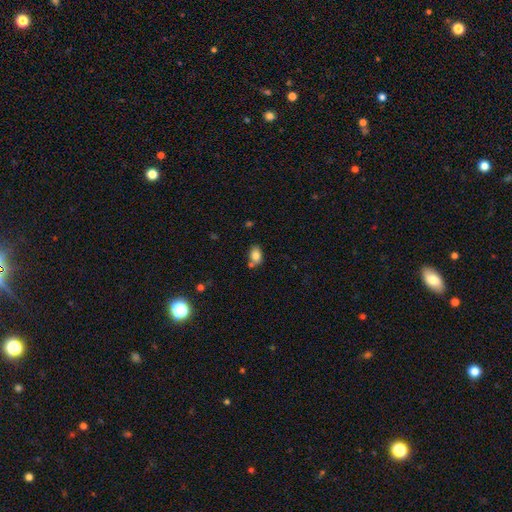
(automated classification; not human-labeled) This is clearly a smooth galaxy (82%). How rounded: likely in between (78%). Merging: likely none (63%).